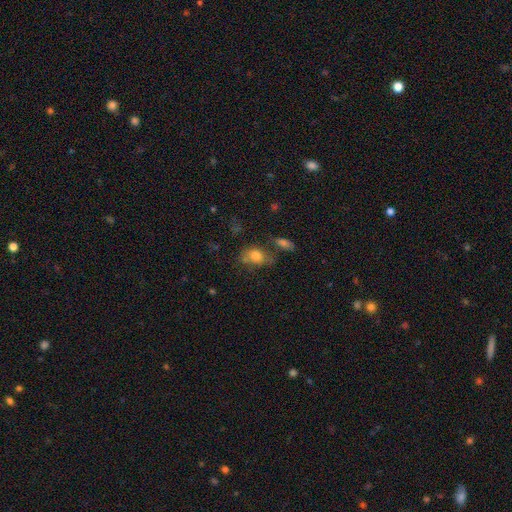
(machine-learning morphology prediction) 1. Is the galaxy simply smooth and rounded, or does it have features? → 75% smooth, 15% featured or disk, 11% star or artifact.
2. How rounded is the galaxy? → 69% in between, 29% round, 2% cigar-shaped.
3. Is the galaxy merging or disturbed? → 47% none, 22% minor disturbance, 20% merger, 11% major disturbance.